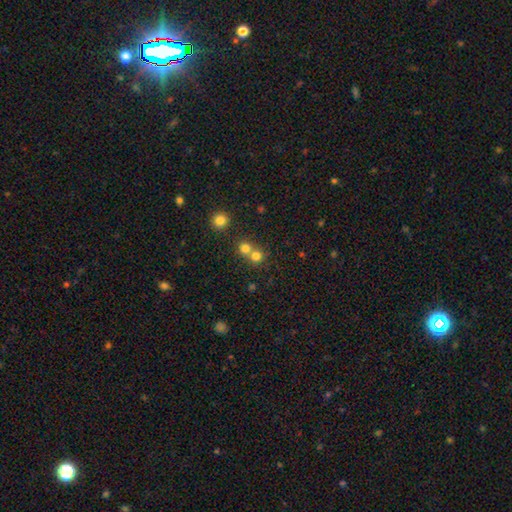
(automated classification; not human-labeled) Smooth or featured: smooth — 76% (star or artifact — 15%)
How rounded: round — 87% (in between — 12%)
Merging: merger — 50% (none — 43%)